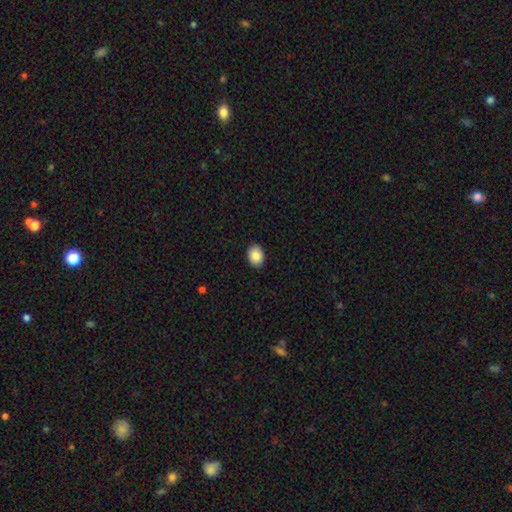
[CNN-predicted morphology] This is clearly a smooth galaxy (88%). How rounded: likely in between (68%). Merging: clearly none (90%).